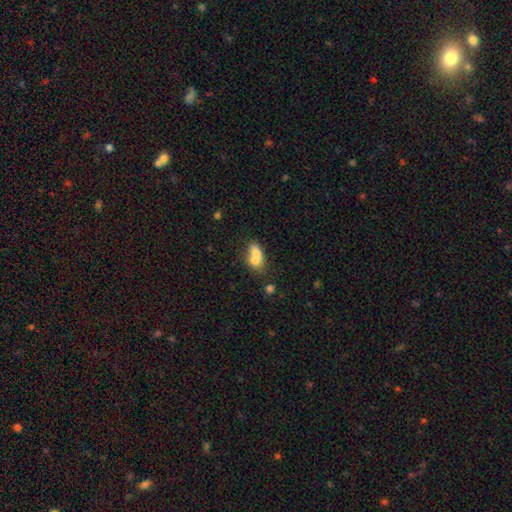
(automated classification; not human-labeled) Smooth or featured? Predicted: smooth (p=0.70). How rounded? Predicted: in between (p=0.78). Merging? Predicted: merger (p=0.61).